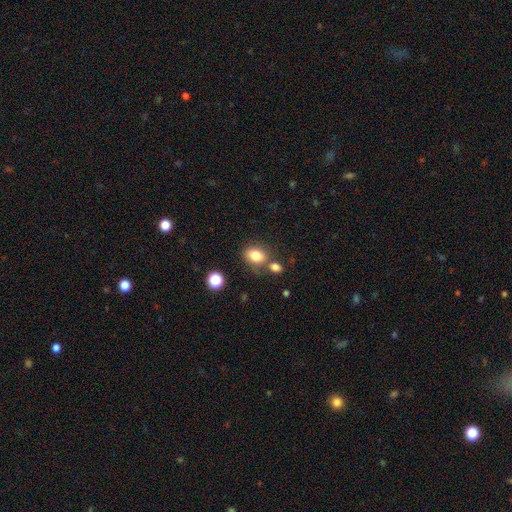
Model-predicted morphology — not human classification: Smooth or featured?
  - smooth: 81% *
  - star or artifact: 11%
  - featured or disk: 8%
How rounded?
  - in between: 63% *
  - round: 36%
  - cigar-shaped: 1%
Merging?
  - none: 66% *
  - merger: 16%
  - minor disturbance: 14%
  - major disturbance: 4%